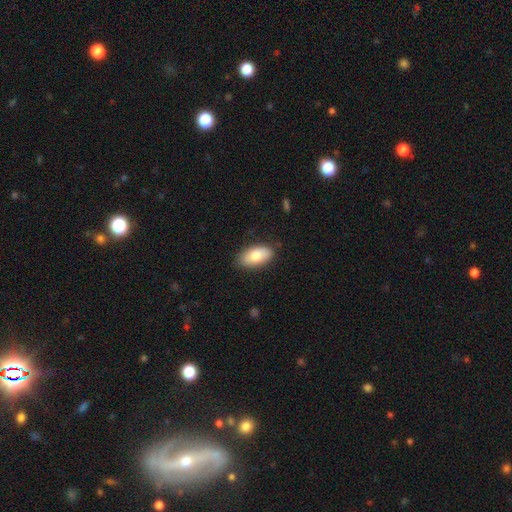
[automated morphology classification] Q: Smooth or featured?
A: smooth (77%); runner-up: featured or disk (17%)
Q: How rounded?
A: in between (94%); runner-up: round (4%)
Q: Merging?
A: none (83%); runner-up: minor disturbance (13%)